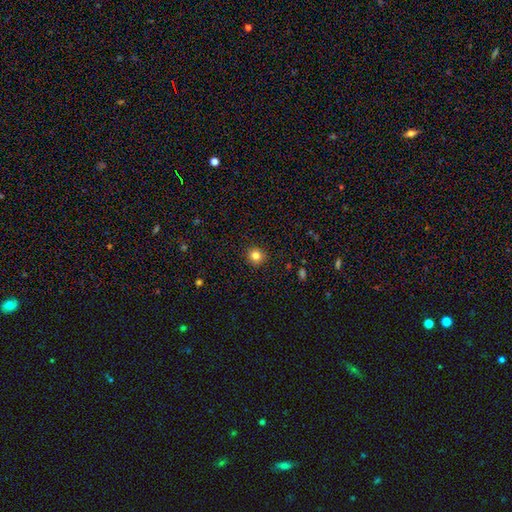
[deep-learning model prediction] smooth-or-featured: smooth: 82% | star or artifact: 12% | featured or disk: 6%
  how-rounded: round: 91% | in between: 8% | cigar-shaped: 1%
  merging: none: 92% | minor disturbance: 5% | major disturbance: 2% | merger: 1%